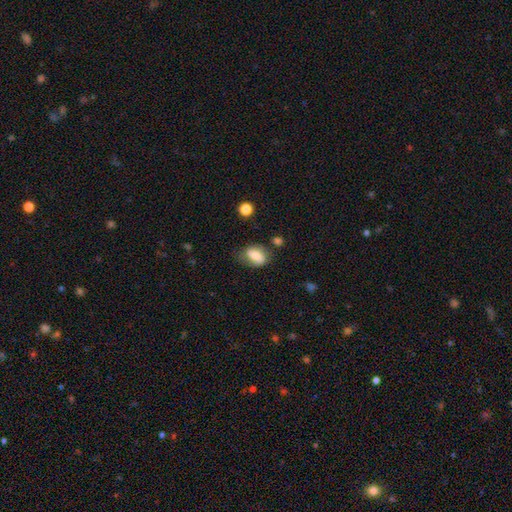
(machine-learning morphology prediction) Smooth or featured?
  - smooth: 75% *
  - featured or disk: 17%
  - star or artifact: 8%
How rounded?
  - in between: 82% *
  - round: 14%
  - cigar-shaped: 3%
Merging?
  - none: 59% *
  - minor disturbance: 26%
  - major disturbance: 10%
  - merger: 4%